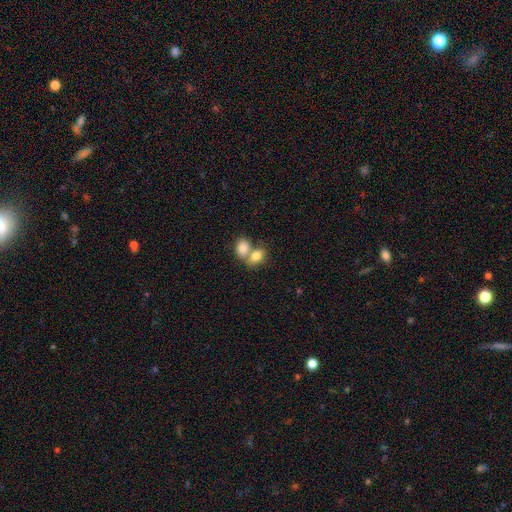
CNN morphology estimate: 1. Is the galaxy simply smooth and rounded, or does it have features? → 82% smooth, 10% featured or disk, 8% star or artifact.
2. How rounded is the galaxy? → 73% in between, 26% round, 1% cigar-shaped.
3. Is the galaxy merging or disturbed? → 62% merger, 28% none, 7% minor disturbance, 3% major disturbance.